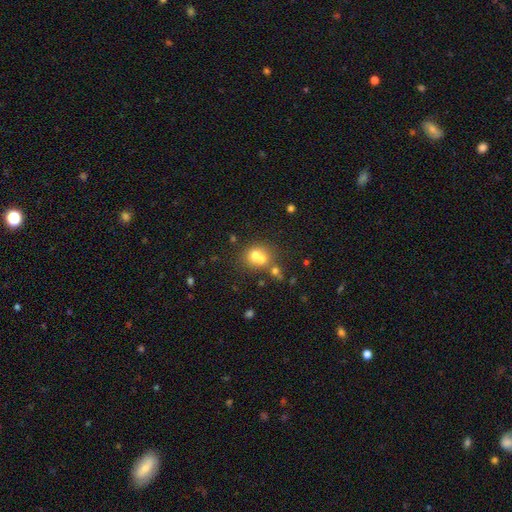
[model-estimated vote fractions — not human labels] smooth-or-featured: smooth: 66% | featured or disk: 21% | star or artifact: 13%
  how-rounded: round: 75% | in between: 24% | cigar-shaped: 1%
  merging: merger: 56% | none: 33% | minor disturbance: 7% | major disturbance: 4%